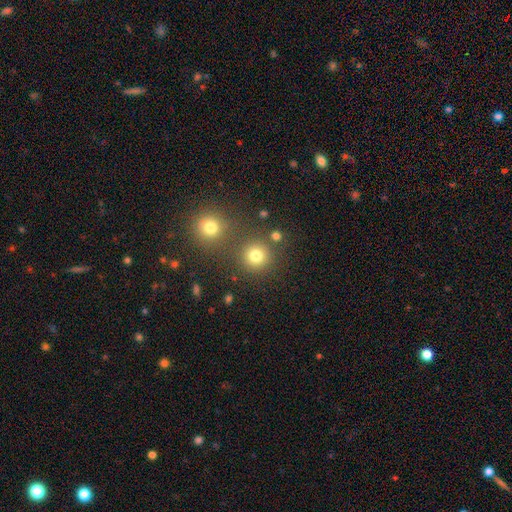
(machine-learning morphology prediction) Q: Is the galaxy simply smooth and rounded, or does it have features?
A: smooth — 78%.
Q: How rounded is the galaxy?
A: round — 92%.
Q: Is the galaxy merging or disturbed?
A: none — 79%.